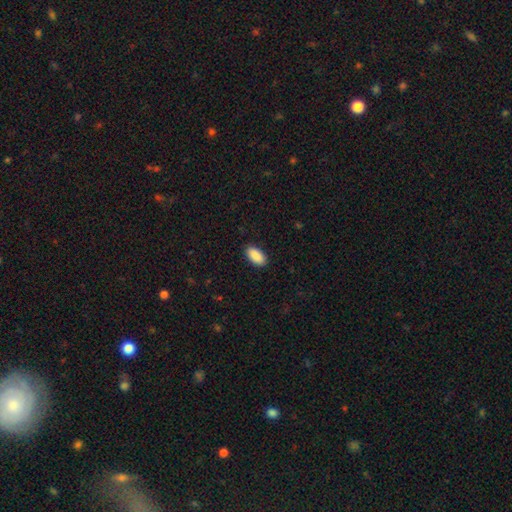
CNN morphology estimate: A smooth galaxy with no disk features (91%) that is in between round and cigar-shaped (94%).

Vote fractions:
- Smooth or featured? smooth: 91% / star or artifact: 6% / featured or disk: 3%
- How rounded? in between: 94% / cigar-shaped: 4% / round: 2%
- Merging? none: 89% / minor disturbance: 8% / major disturbance: 2% / merger: 1%